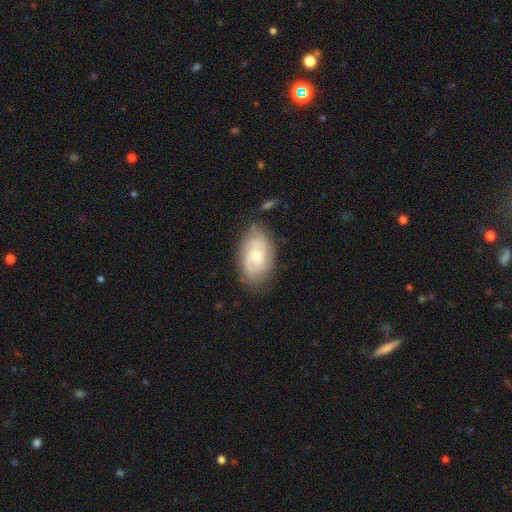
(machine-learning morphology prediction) smooth_or_featured: featured or disk (p=0.52) [alt: smooth p=0.41]
disk_edge_on: no (p=0.93) [alt: yes p=0.07]
merging: none (p=0.71) [alt: minor disturbance p=0.21]